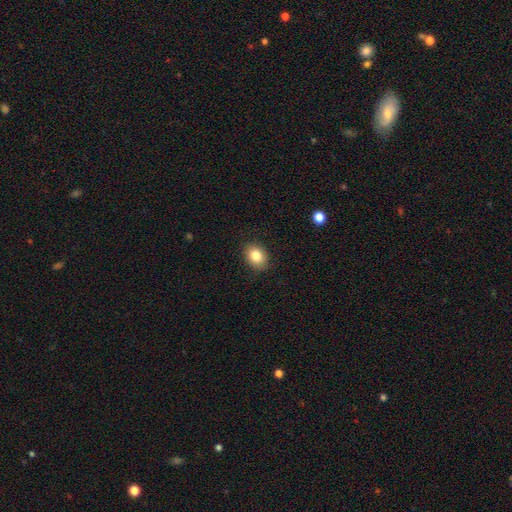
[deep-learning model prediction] Smooth or featured?
  - smooth: 83% *
  - star or artifact: 9%
  - featured or disk: 8%
How rounded?
  - in between: 59% *
  - round: 40%
  - cigar-shaped: 1%
Merging?
  - none: 88% *
  - minor disturbance: 9%
  - major disturbance: 2%
  - merger: 1%